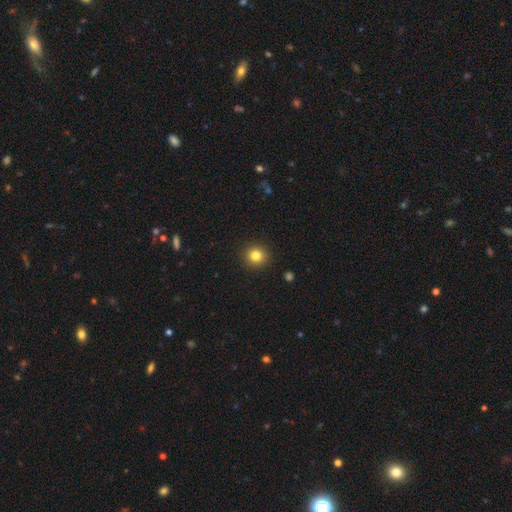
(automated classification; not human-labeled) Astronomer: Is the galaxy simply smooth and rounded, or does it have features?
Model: smooth — 82%.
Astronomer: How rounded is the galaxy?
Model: round — 89%.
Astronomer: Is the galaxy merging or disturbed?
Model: none — 92%.